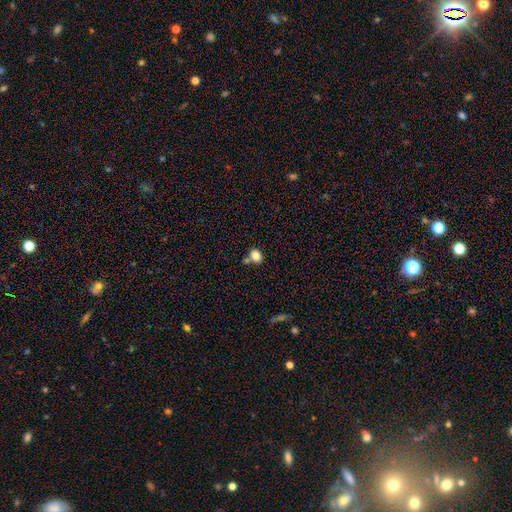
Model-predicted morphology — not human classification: A smooth galaxy with no disk features (83%) that is in between round and cigar-shaped (66%). Merging: none (60%).